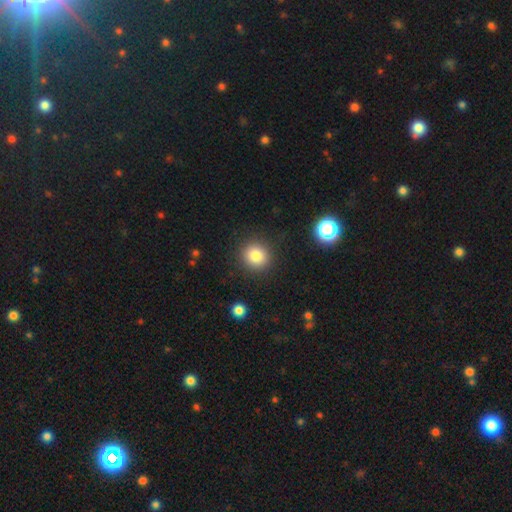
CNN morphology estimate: type=smooth (83%); roundness=round (89%); merging=none (89%).